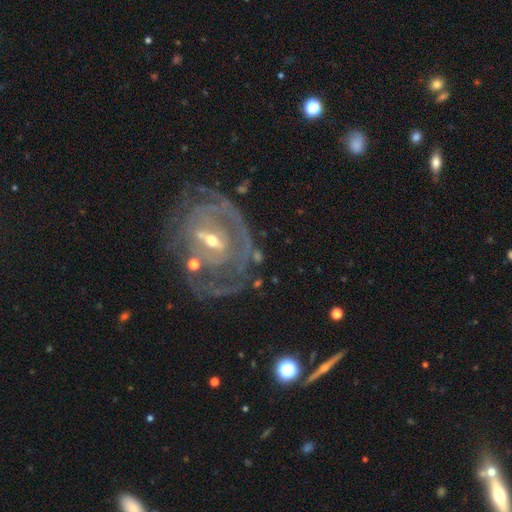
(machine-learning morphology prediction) type=featured or disk (83%); edge-on=no (95%); bar=weak (42%); spiral arms=yes (75%); winding=tight (64%); arm count=can't tell (43%); bulge=small (50%); merging=none (54%).